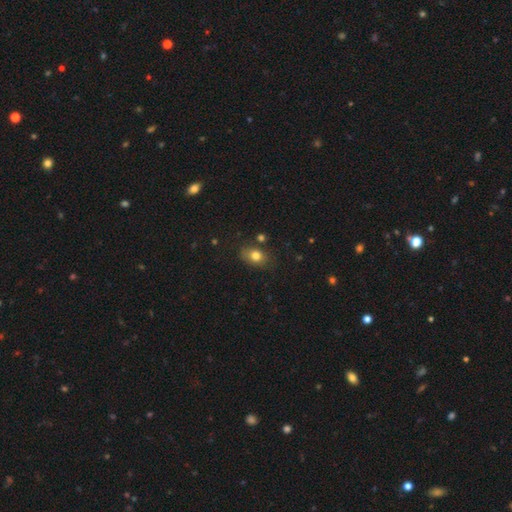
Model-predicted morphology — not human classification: This is likely a smooth galaxy (79%). How rounded: likely in between (71%). Merging: likely none (74%).